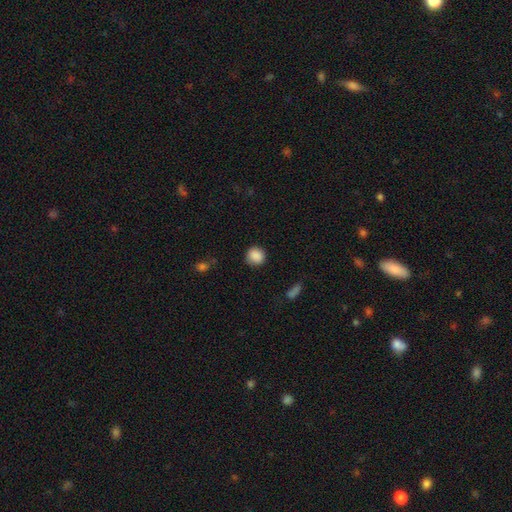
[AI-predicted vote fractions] Smooth or featured? Predicted: smooth (p=0.88). How rounded? Predicted: round (p=0.88). Merging? Predicted: none (p=0.88).